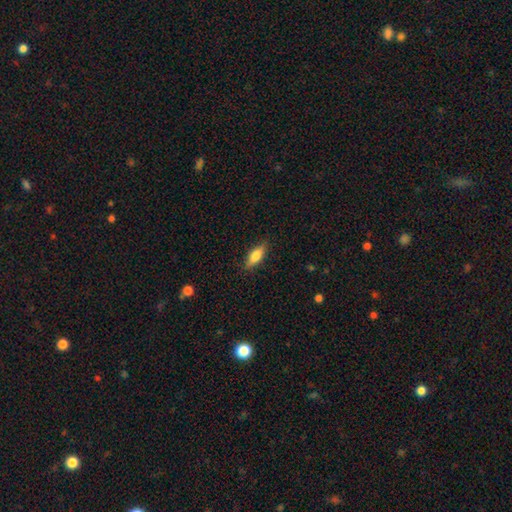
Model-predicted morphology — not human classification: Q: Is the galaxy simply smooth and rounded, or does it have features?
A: smooth — 70%.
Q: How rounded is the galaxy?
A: in between — 66%.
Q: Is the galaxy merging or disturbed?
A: none — 85%.